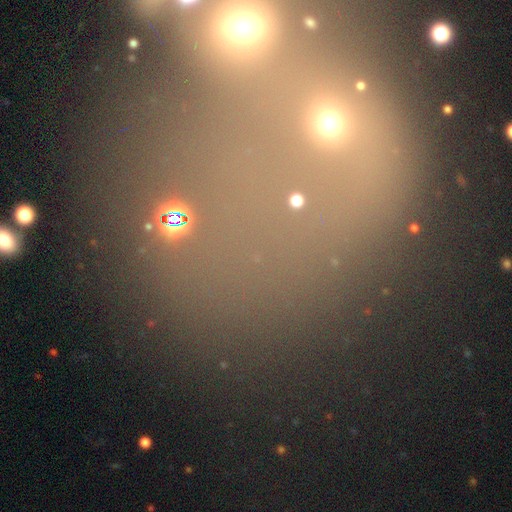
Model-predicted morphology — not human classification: The model was most divided on "smooth or featured": star or artifact: 49%, smooth: 36%, featured or disk: 15%.